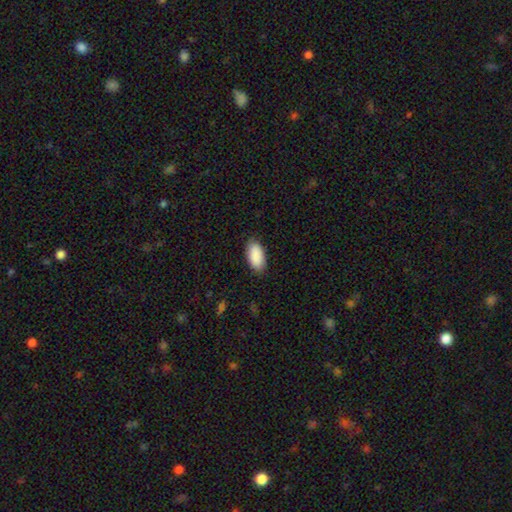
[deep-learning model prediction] smooth 91%, star or artifact 6%, featured or disk 3%. Down the decision tree: how rounded — in between (94%); merging — none (87%).